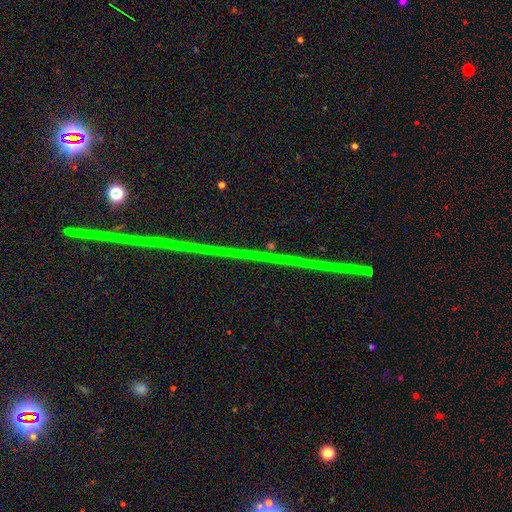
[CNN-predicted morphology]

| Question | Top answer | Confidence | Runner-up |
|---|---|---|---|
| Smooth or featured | star or artifact | 83% | featured or disk (12%) |